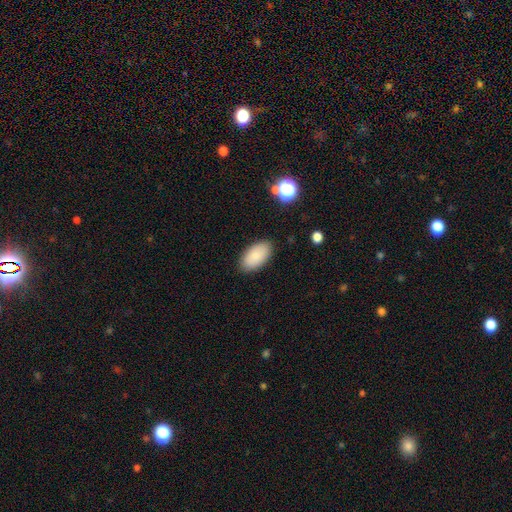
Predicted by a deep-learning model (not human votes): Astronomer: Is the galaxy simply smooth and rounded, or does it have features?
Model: smooth — 85%.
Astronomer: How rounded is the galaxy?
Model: in between — 95%.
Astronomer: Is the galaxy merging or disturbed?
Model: none — 87%.